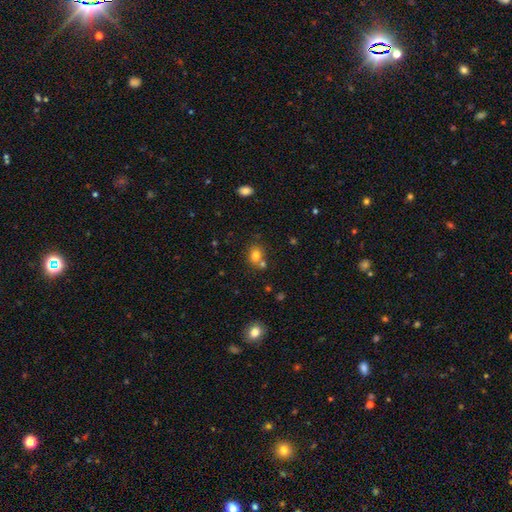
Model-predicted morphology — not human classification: Q: Smooth or featured?
A: smooth (76%); runner-up: star or artifact (14%)
Q: How rounded?
A: round (61%); runner-up: in between (38%)
Q: Merging?
A: none (56%); runner-up: merger (29%)